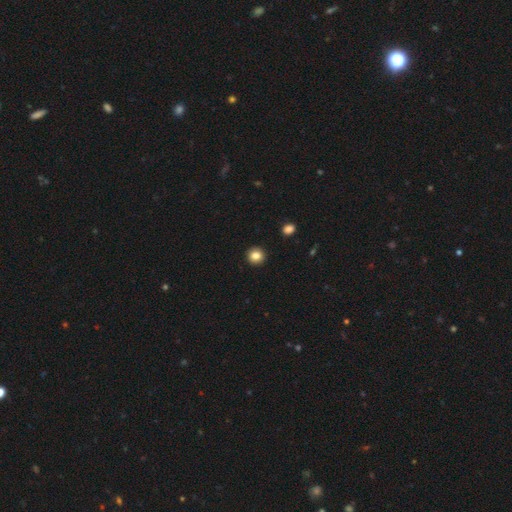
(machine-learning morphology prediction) smooth-or-featured: smooth: 84% | star or artifact: 10% | featured or disk: 5%
  how-rounded: round: 92% | in between: 7% | cigar-shaped: 1%
  merging: none: 93% | minor disturbance: 4% | major disturbance: 1% | merger: 1%